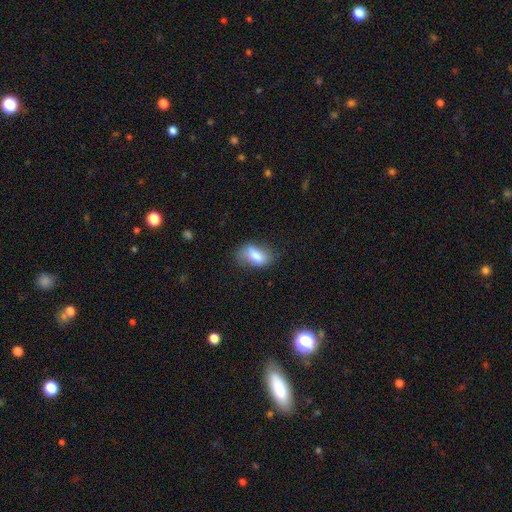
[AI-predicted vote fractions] A smooth galaxy with no disk features (73%) that is in between round and cigar-shaped (89%).

Vote fractions:
- Smooth or featured? smooth: 73% / featured or disk: 19% / star or artifact: 8%
- How rounded? in between: 89% / round: 8% / cigar-shaped: 3%
- Merging? none: 61% / minor disturbance: 27% / major disturbance: 10% / merger: 2%